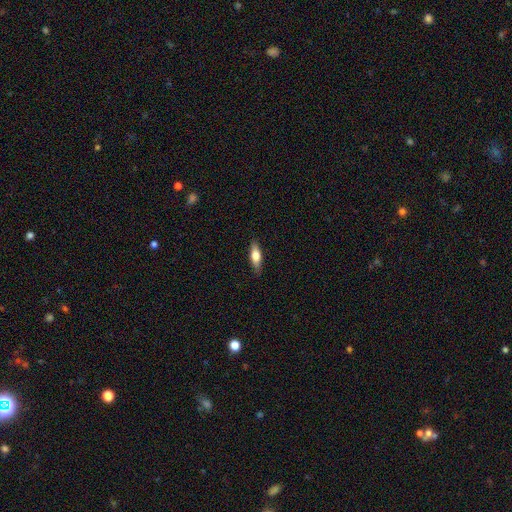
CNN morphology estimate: smooth-or-featured: smooth: 64% | featured or disk: 29% | star or artifact: 6%
  how-rounded: in between: 53% | cigar-shaped: 44% | round: 3%
  merging: none: 87% | minor disturbance: 10% | major disturbance: 2% | merger: 1%